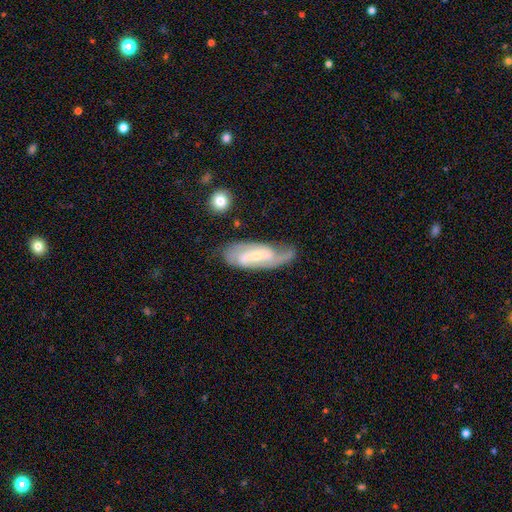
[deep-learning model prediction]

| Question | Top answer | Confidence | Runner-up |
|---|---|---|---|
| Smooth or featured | featured or disk | 80% | smooth (14%) |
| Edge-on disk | no | 91% | yes (9%) |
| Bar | weak | 42% | strong (39%) |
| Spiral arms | yes | 94% | no (6%) |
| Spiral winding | medium | 46% | tight (35%) |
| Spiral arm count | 2 | 75% | can't tell (11%) |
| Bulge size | small | 58% | moderate (30%) |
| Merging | none | 63% | minor disturbance (23%) |